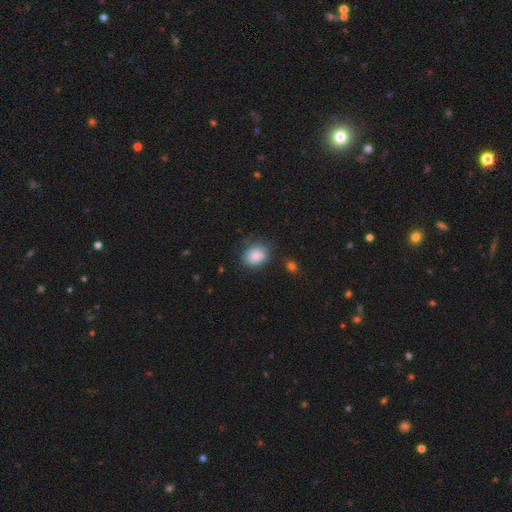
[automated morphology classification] smooth_or_featured: smooth (p=0.86) [alt: star or artifact p=0.08]
how_rounded: round (p=0.63) [alt: in between p=0.36]
merging: none (p=0.70) [alt: minor disturbance p=0.20]